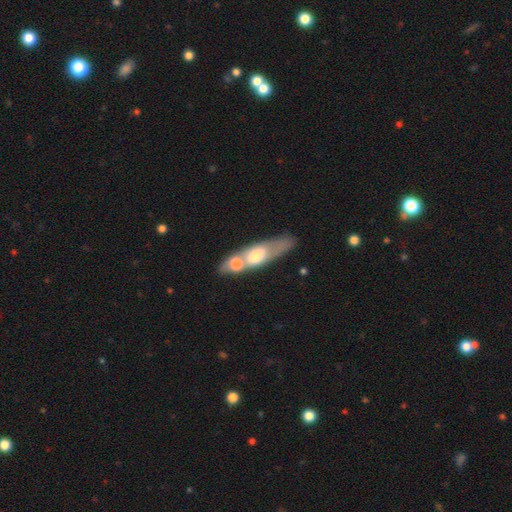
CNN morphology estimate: Q: Smooth or featured?
A: featured or disk (47%); runner-up: smooth (46%)
Q: Merging?
A: merger (50%); runner-up: none (33%)